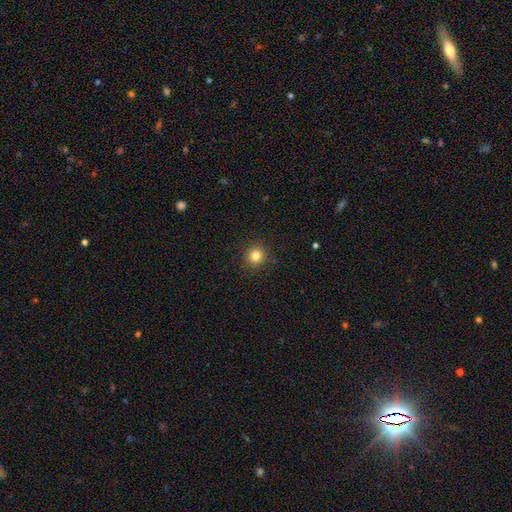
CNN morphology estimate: smooth 82%, star or artifact 12%, featured or disk 6%. Down the decision tree: how rounded — round (91%); merging — none (90%).